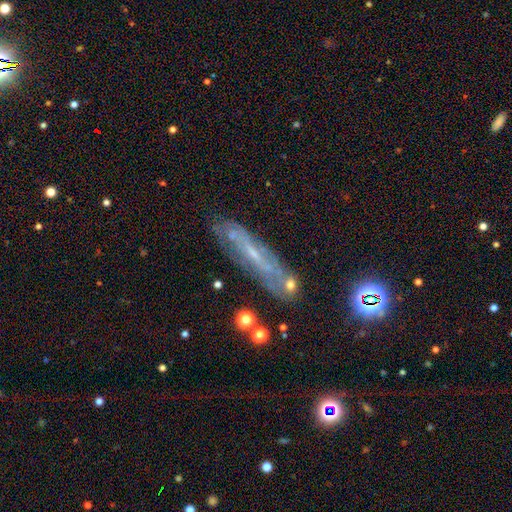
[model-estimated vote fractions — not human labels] smooth_or_featured: featured or disk (p=0.59) [alt: smooth p=0.22]
disk_edge_on: yes (p=0.54) [alt: no p=0.46]
merging: none (p=0.73) [alt: minor disturbance p=0.17]